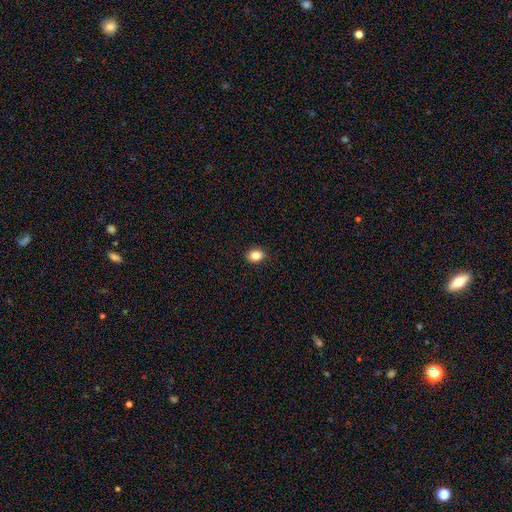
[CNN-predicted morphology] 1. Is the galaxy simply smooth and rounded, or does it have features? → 84% smooth, 10% star or artifact, 6% featured or disk.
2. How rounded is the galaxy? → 63% in between, 36% round, 1% cigar-shaped.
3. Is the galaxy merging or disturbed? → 89% none, 8% minor disturbance, 2% major disturbance, 1% merger.